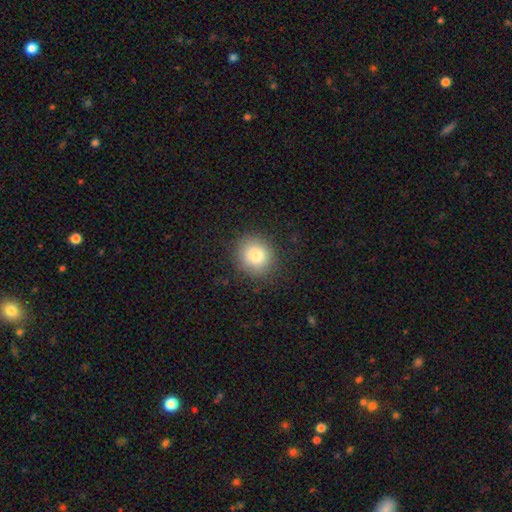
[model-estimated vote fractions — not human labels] Smooth or featured?
  - smooth: 83% *
  - star or artifact: 10%
  - featured or disk: 7%
How rounded?
  - round: 86% *
  - in between: 13%
  - cigar-shaped: 1%
Merging?
  - none: 87% *
  - minor disturbance: 9%
  - major disturbance: 3%
  - merger: 1%